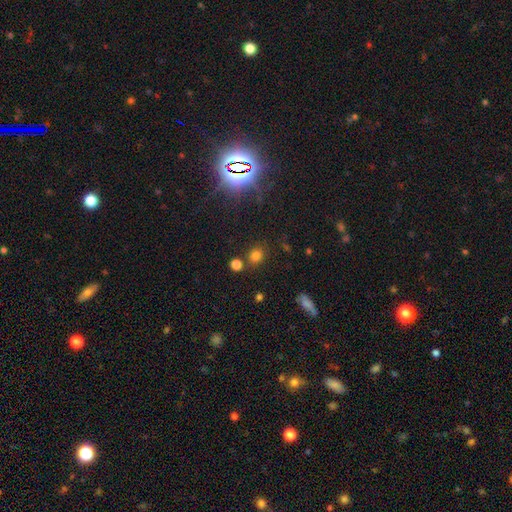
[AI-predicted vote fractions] Smooth or featured? smooth (75%)
How rounded? round (72%)
Merging? none (77%)